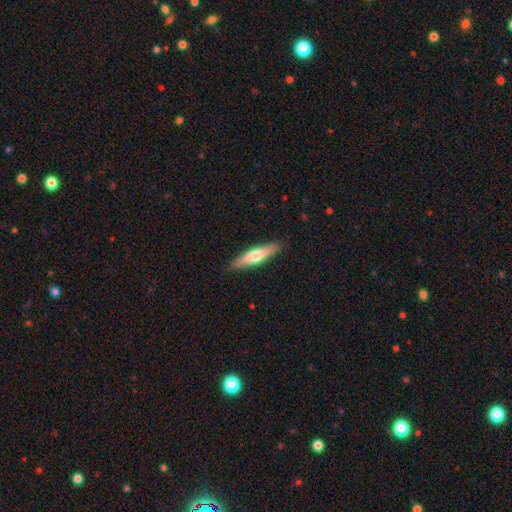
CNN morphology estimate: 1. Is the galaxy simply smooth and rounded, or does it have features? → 52% smooth, 42% featured or disk, 5% star or artifact.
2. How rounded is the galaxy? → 79% cigar-shaped, 19% in between, 2% round.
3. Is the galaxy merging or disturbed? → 89% none, 8% minor disturbance, 2% major disturbance, 1% merger.